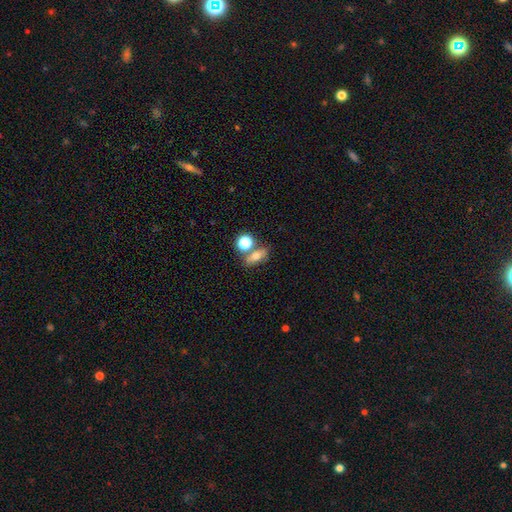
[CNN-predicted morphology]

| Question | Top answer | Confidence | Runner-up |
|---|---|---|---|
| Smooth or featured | smooth | 64% | featured or disk (21%) |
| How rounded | in between | 63% | round (27%) |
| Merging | none | 57% | merger (27%) |